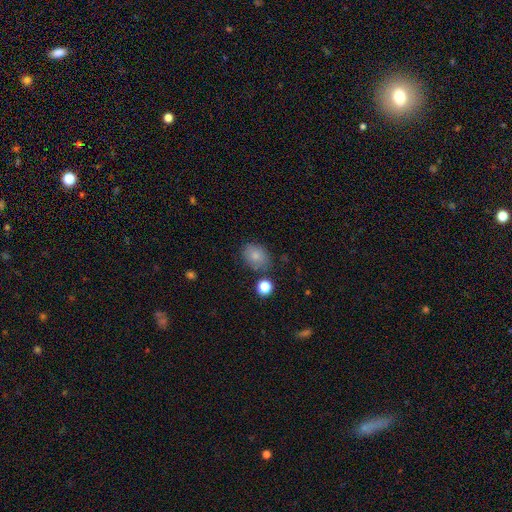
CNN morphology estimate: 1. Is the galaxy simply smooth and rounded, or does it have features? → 79% smooth, 11% featured or disk, 10% star or artifact.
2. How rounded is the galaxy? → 60% in between, 39% round, 1% cigar-shaped.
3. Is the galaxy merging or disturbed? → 72% none, 17% minor disturbance, 6% merger, 5% major disturbance.